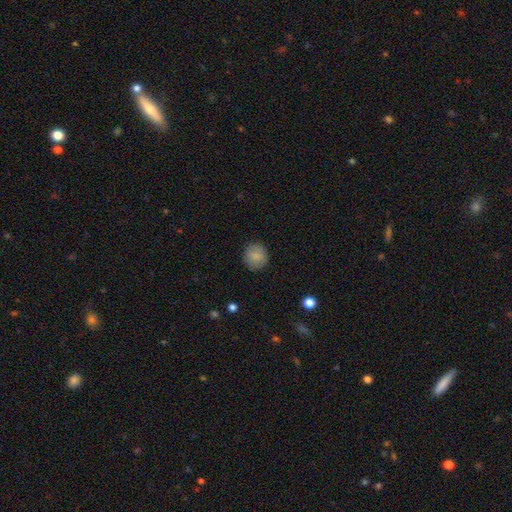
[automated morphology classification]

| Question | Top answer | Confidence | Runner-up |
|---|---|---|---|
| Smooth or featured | smooth | 86% | star or artifact (8%) |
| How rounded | round | 88% | in between (11%) |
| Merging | none | 87% | minor disturbance (9%) |